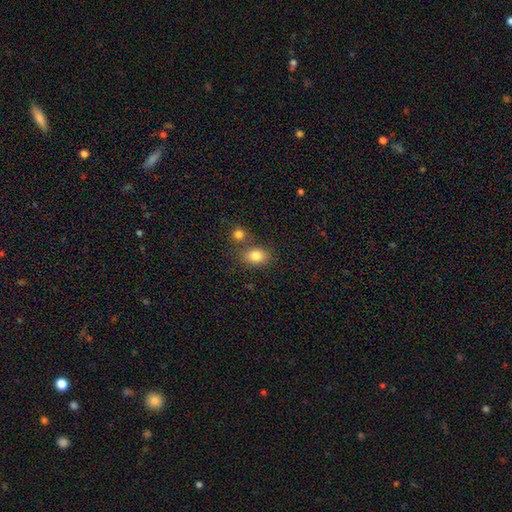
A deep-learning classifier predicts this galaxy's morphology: The model was most divided on "merging": none: 65%, merger: 19%, minor disturbance: 12%, major disturbance: 4%. More confident: smooth or featured — smooth (83%); how rounded — in between (72%).